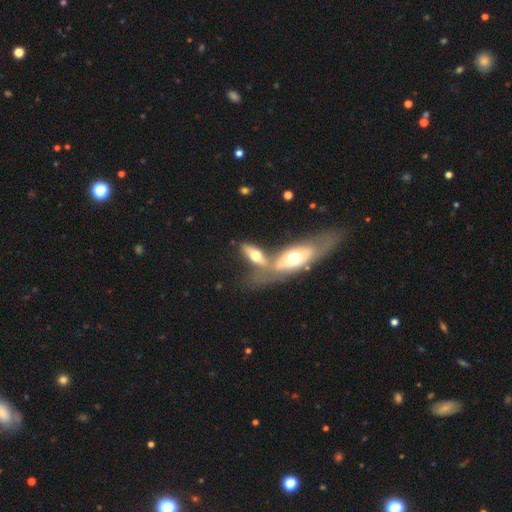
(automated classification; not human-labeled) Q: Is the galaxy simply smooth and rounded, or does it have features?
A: smooth — 48%.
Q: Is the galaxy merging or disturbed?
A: merger — 57%.